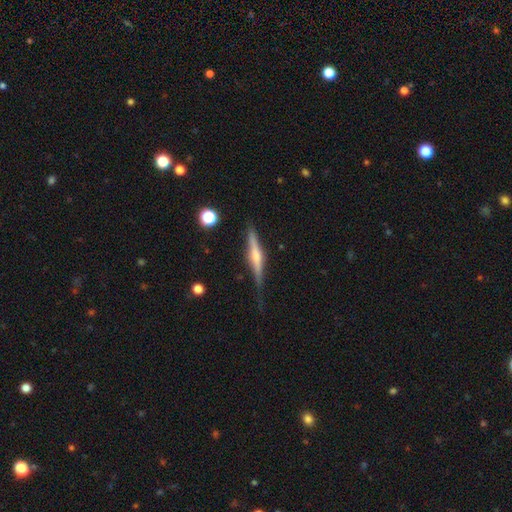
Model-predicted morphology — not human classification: A featured or disk galaxy (67%) viewed edge-on (97%) with a rounded central bulge (78%). Merging: none (75%).